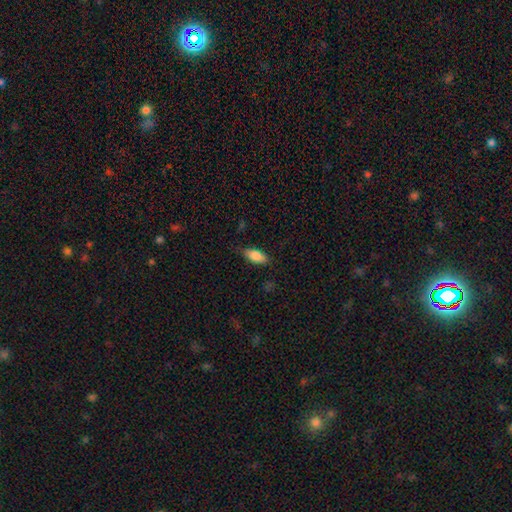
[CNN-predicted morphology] This appears to be a smooth galaxy with no disk features (82%) that is in between round and cigar-shaped (84%). Merging: none (77%).